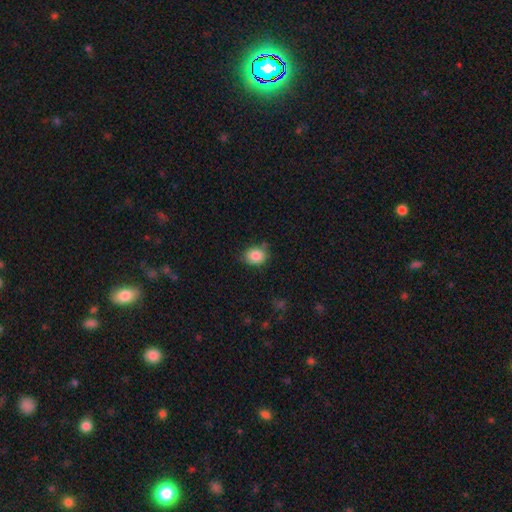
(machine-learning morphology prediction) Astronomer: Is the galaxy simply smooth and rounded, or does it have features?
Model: smooth — 85%.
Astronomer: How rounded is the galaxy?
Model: round — 50% (runner-up: in between, 49%).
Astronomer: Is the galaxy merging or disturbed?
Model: none — 73%.